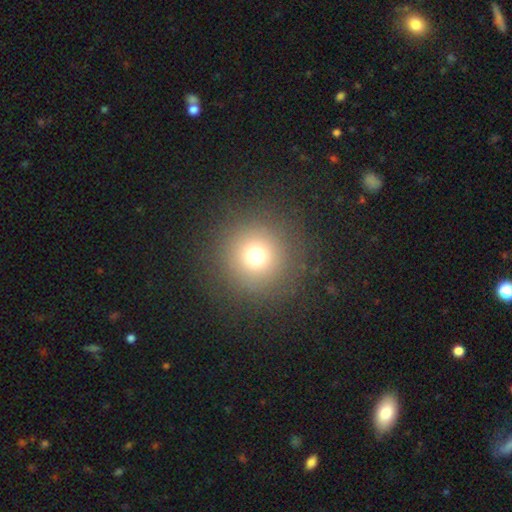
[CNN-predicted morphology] Q: Smooth or featured?
A: smooth (70%); runner-up: star or artifact (20%)
Q: How rounded?
A: round (96%); runner-up: in between (3%)
Q: Merging?
A: none (87%); runner-up: minor disturbance (6%)